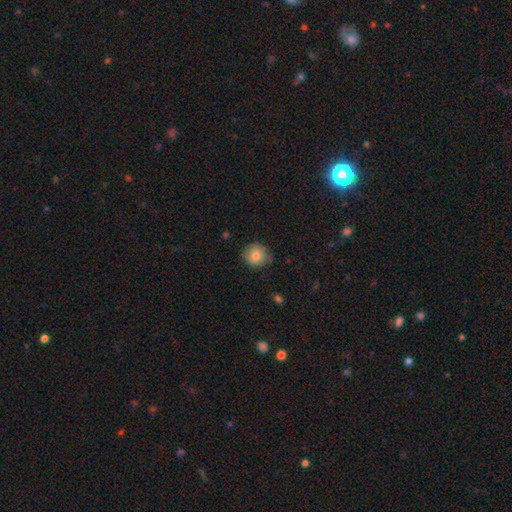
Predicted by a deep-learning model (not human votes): Overall: smooth (80%). How rounded: round (88%). Merging: none (75%).